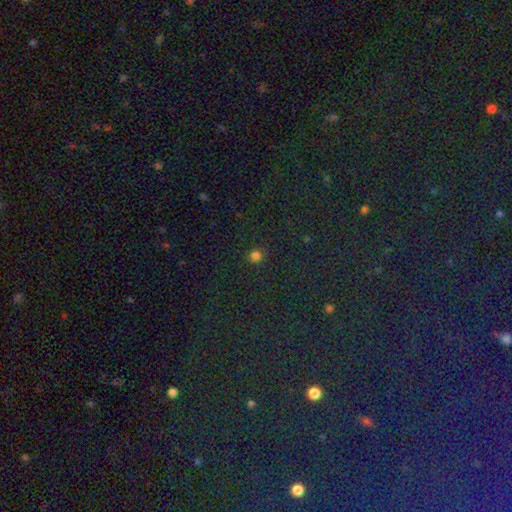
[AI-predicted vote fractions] smooth-or-featured: smooth: 79% | star or artifact: 17% | featured or disk: 4%
  how-rounded: round: 91% | in between: 8% | cigar-shaped: 1%
  merging: none: 89% | minor disturbance: 7% | major disturbance: 2% | merger: 1%